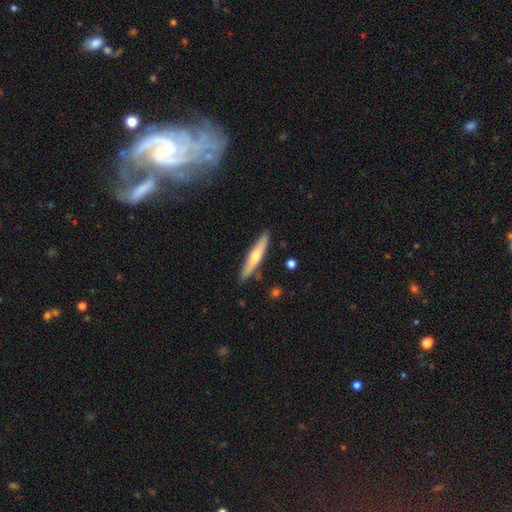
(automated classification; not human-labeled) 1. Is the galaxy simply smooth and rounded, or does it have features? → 51% featured or disk, 43% smooth, 6% star or artifact.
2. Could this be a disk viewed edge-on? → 93% yes, 7% no.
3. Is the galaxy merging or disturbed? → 88% none, 9% minor disturbance, 2% merger, 2% major disturbance.